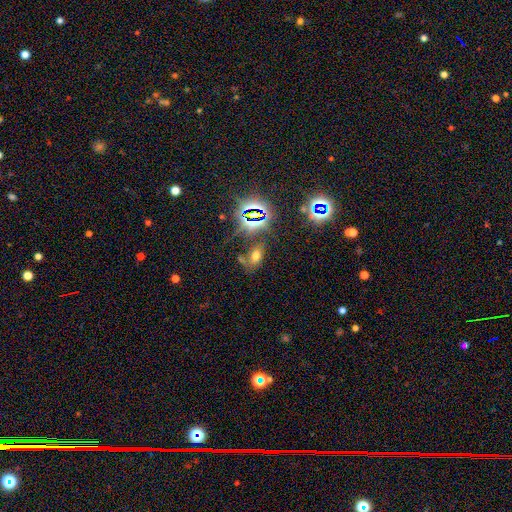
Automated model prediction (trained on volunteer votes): Morphology: type=smooth (47%); merging=none (62%).